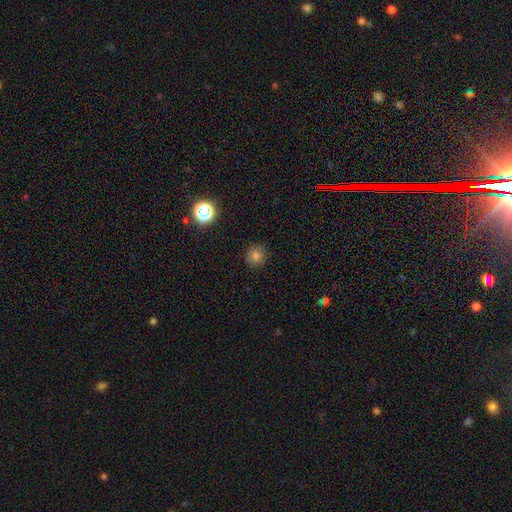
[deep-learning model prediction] Morphology: type=smooth (77%); roundness=round (91%); merging=none (90%).